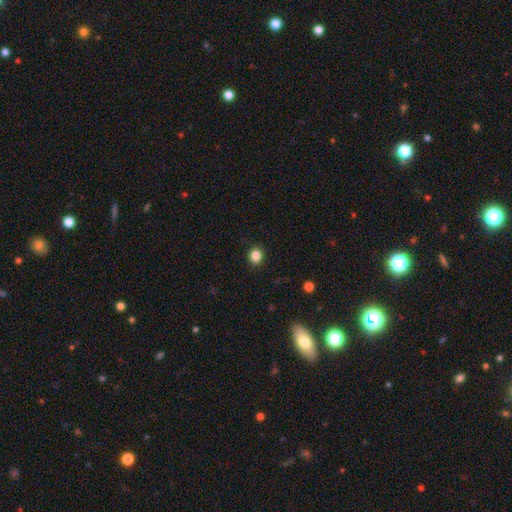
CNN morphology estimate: Smooth or featured: smooth — 85% (star or artifact — 11%)
How rounded: round — 75% (in between — 24%)
Merging: none — 90% (minor disturbance — 6%)